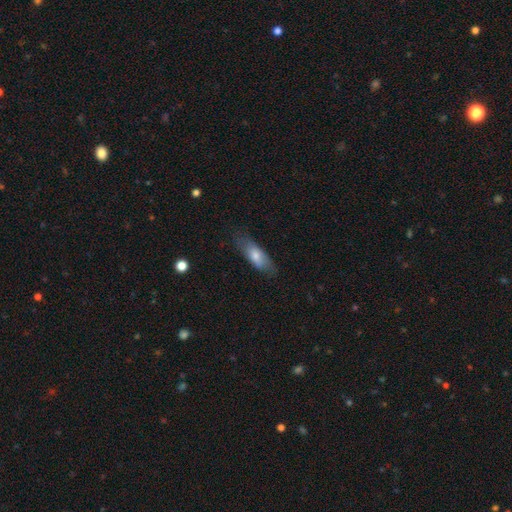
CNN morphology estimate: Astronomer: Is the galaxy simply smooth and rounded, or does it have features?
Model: smooth — 71%.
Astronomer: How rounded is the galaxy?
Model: in between — 66%.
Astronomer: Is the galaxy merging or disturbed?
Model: none — 70%.